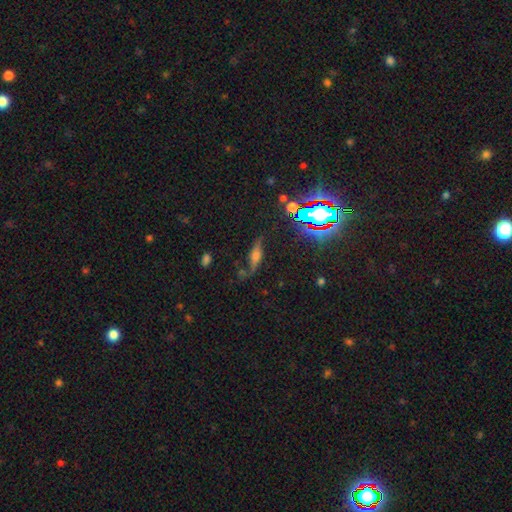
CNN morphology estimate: This is possibly a featured or disk galaxy (51%). It is likely viewed edge-on (60%). Merging: likely none (62%).